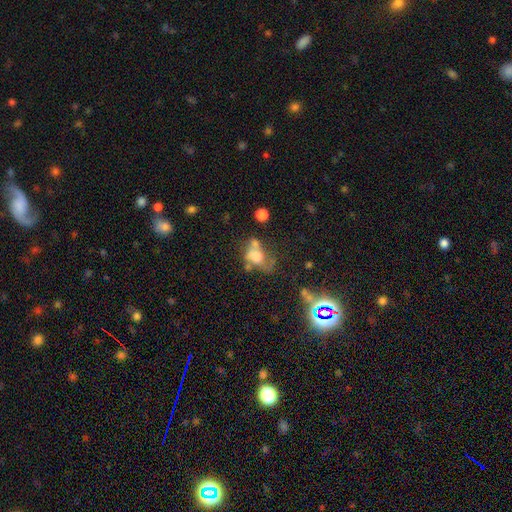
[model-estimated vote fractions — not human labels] Overall: smooth (51%; featured or disk 34%). How rounded: in between (64%; round 34%). Merging: merger (33%; none 25%).